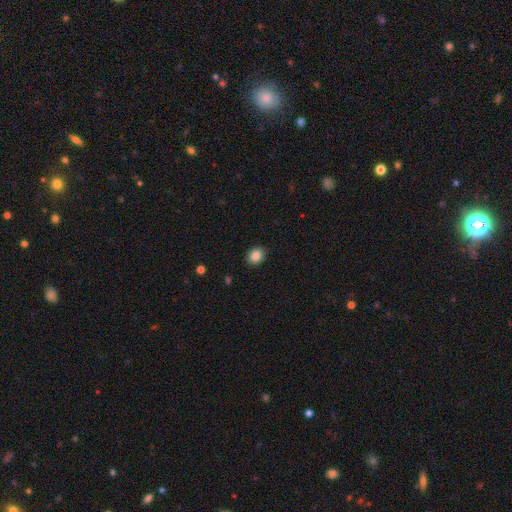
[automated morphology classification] The model was most divided on "how rounded": round: 54%, in between: 45%, cigar-shaped: 1%. More confident: merging — none (90%); smooth or featured — smooth (86%).